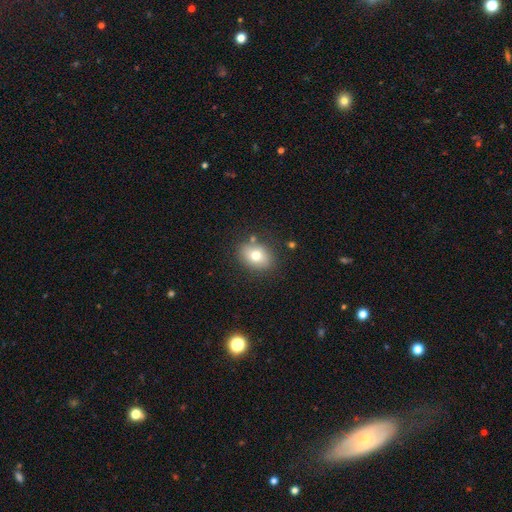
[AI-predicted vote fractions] Smooth or featured? Predicted: smooth (p=0.74). How rounded? Predicted: in between (p=0.69). Merging? Predicted: none (p=0.80).